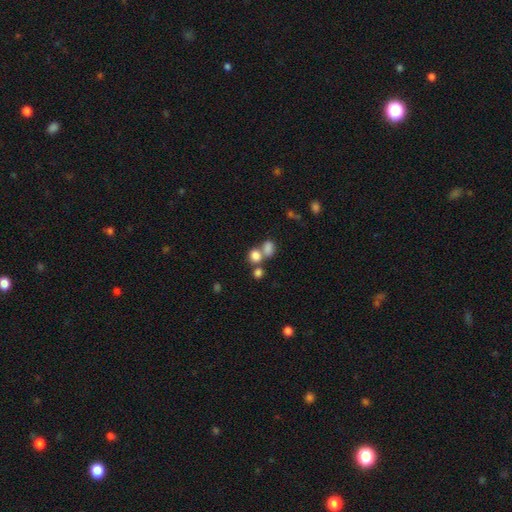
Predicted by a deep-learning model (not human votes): A smooth galaxy with no disk features (79%) that is round (59%).

Vote fractions:
- Smooth or featured? smooth: 79% / star or artifact: 12% / featured or disk: 9%
- How rounded? round: 59% / in between: 40% / cigar-shaped: 1%
- Merging? merger: 47% / none: 39% / minor disturbance: 9% / major disturbance: 5%